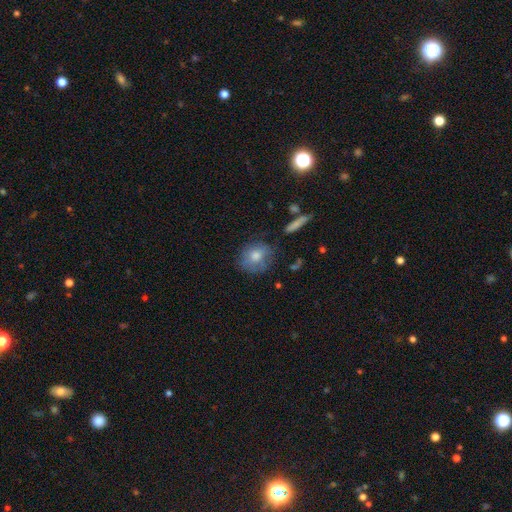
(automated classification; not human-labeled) Smooth or featured? Predicted: smooth (p=0.68). How rounded? Predicted: round (p=0.66). Merging? Predicted: none (p=0.67).